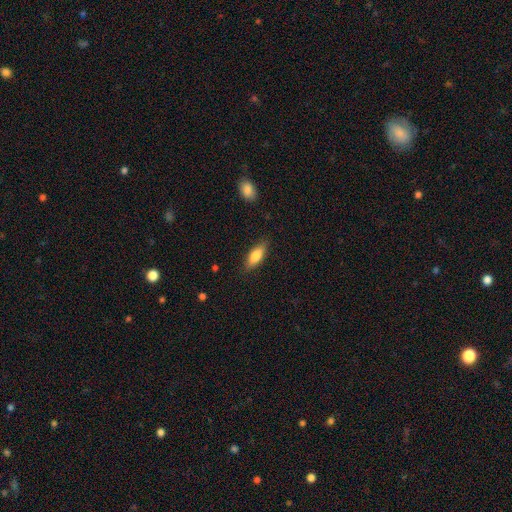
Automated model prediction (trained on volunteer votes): smooth 79%, featured or disk 15%, star or artifact 6%. Down the decision tree: how rounded — in between (69%); merging — none (84%).